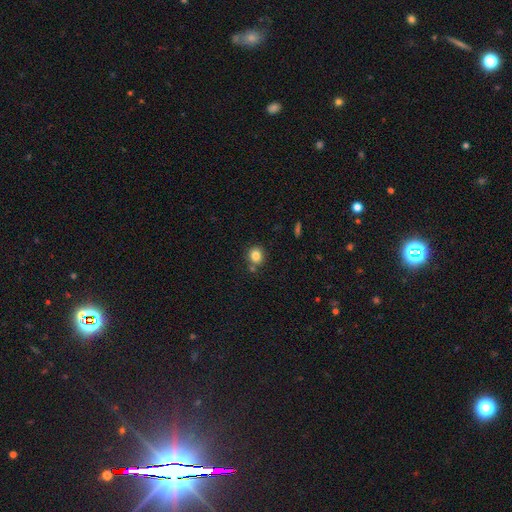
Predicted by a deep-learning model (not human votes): This is clearly a smooth galaxy (83%). How rounded: clearly round (81%). Merging: likely none (75%).